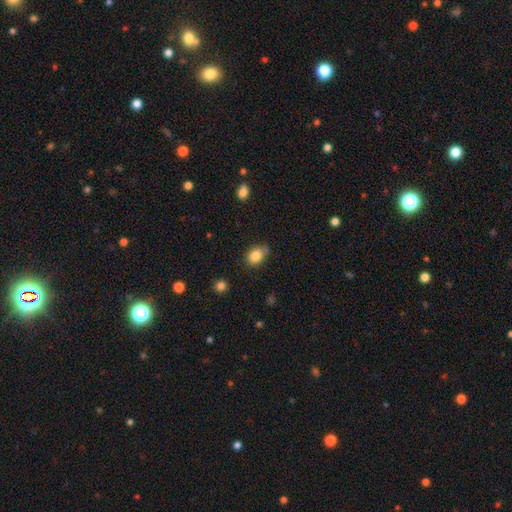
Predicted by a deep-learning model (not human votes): Smooth or featured?
  - smooth: 85% *
  - star or artifact: 9%
  - featured or disk: 6%
How rounded?
  - in between: 69% *
  - round: 30%
  - cigar-shaped: 1%
Merging?
  - none: 68% *
  - minor disturbance: 24%
  - major disturbance: 4%
  - merger: 3%